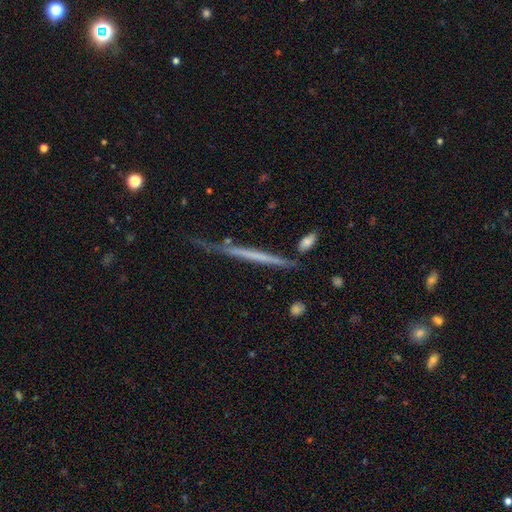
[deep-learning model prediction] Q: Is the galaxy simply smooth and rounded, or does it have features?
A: featured or disk — 60%.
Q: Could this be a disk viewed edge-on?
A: yes — 95%.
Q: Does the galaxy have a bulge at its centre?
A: none — 88%.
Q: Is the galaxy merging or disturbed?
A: none — 67%.